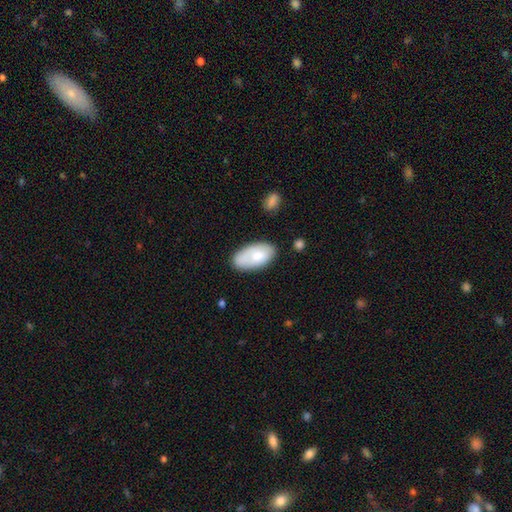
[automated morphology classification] Smooth or featured? Predicted: smooth (p=0.75). How rounded? Predicted: in between (p=0.95). Merging? Predicted: none (p=0.65).